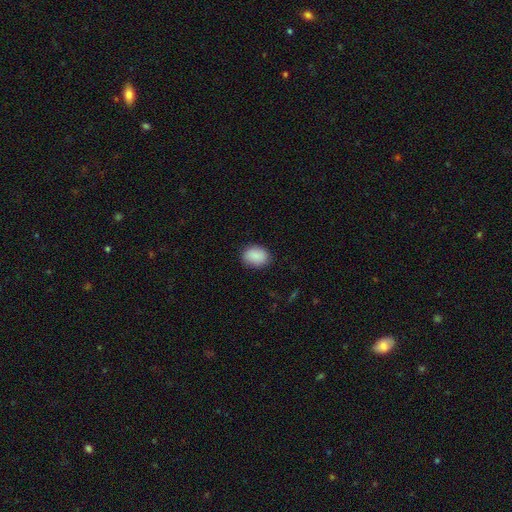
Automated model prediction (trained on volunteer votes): Smooth or featured?
  - smooth: 89% *
  - star or artifact: 7%
  - featured or disk: 3%
How rounded?
  - in between: 63% *
  - round: 36%
  - cigar-shaped: 1%
Merging?
  - none: 85% *
  - minor disturbance: 11%
  - major disturbance: 3%
  - merger: 1%